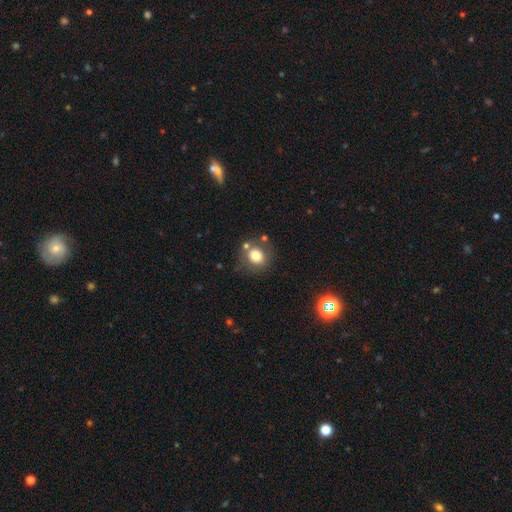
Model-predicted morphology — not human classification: Q: Smooth or featured?
A: smooth (76%); runner-up: featured or disk (13%)
Q: How rounded?
A: round (82%); runner-up: in between (17%)
Q: Merging?
A: none (71%); runner-up: minor disturbance (13%)